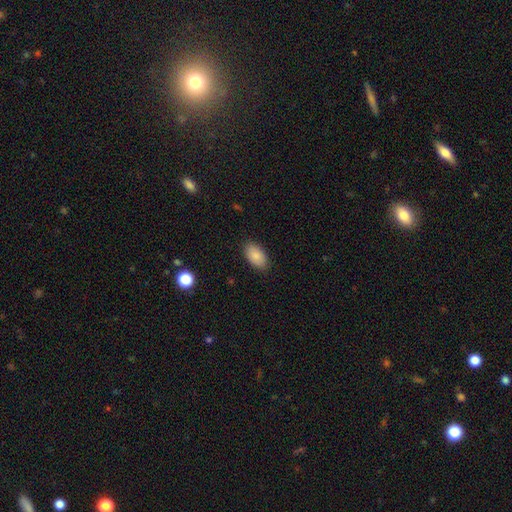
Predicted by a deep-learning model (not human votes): Smooth or featured?
  - smooth: 87% *
  - star or artifact: 7%
  - featured or disk: 6%
How rounded?
  - in between: 94% *
  - round: 5%
  - cigar-shaped: 2%
Merging?
  - none: 87% *
  - minor disturbance: 10%
  - major disturbance: 2%
  - merger: 1%